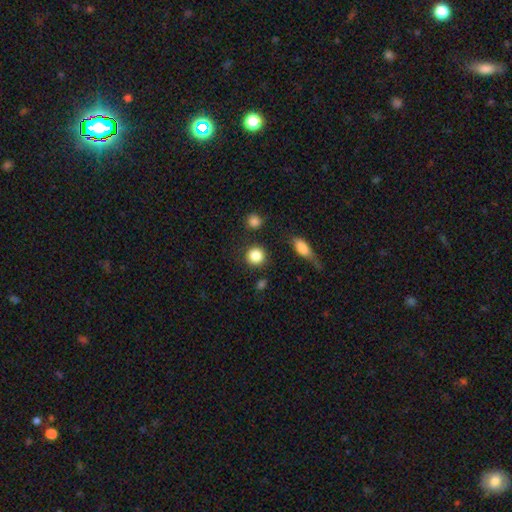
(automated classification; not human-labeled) This appears to be a smooth galaxy with no disk features (85%) that is round (90%). Merging: none (84%).